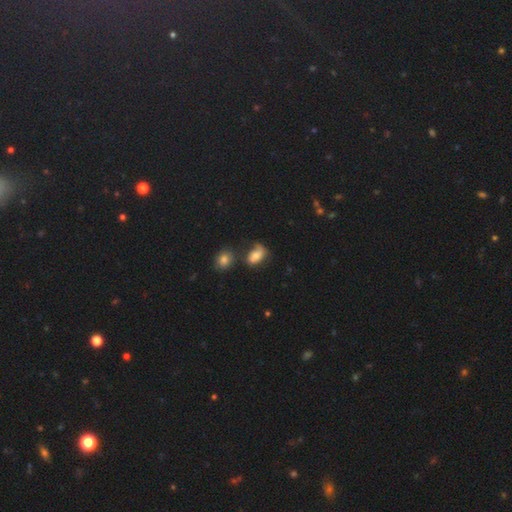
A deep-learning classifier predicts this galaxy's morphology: A smooth galaxy with no disk features (70%) that is in between round and cigar-shaped (87%).

Vote fractions:
- Smooth or featured? smooth: 70% / featured or disk: 19% / star or artifact: 11%
- How rounded? in between: 87% / round: 11% / cigar-shaped: 2%
- Merging? none: 41% / minor disturbance: 28% / major disturbance: 17% / merger: 14%